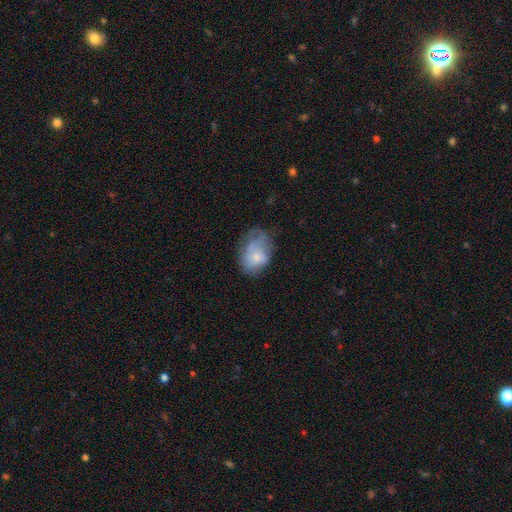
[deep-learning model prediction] smooth-or-featured: smooth: 54% | featured or disk: 38% | star or artifact: 8%
  how-rounded: in between: 74% | round: 25% | cigar-shaped: 1%
  merging: none: 45% | minor disturbance: 32% | major disturbance: 21% | merger: 2%